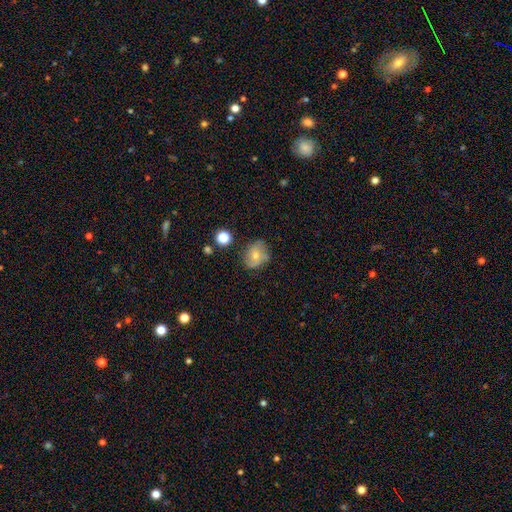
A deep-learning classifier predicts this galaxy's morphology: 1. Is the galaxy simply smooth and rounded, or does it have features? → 63% smooth, 26% featured or disk, 10% star or artifact.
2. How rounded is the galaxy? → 53% round, 46% in between, 1% cigar-shaped.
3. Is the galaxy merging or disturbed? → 64% none, 25% minor disturbance, 8% major disturbance, 3% merger.